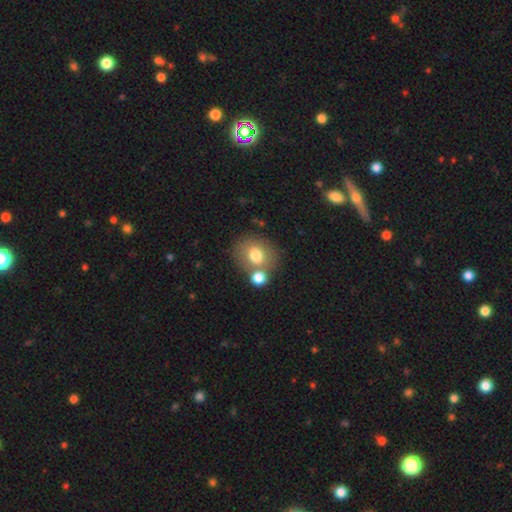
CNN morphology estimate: A smooth galaxy with no disk features (74%) that is round (63%).

Vote fractions:
- Smooth or featured? smooth: 74% / featured or disk: 17% / star or artifact: 10%
- How rounded? round: 63% / in between: 36% / cigar-shaped: 1%
- Merging? none: 55% / merger: 30% / minor disturbance: 11% / major disturbance: 4%